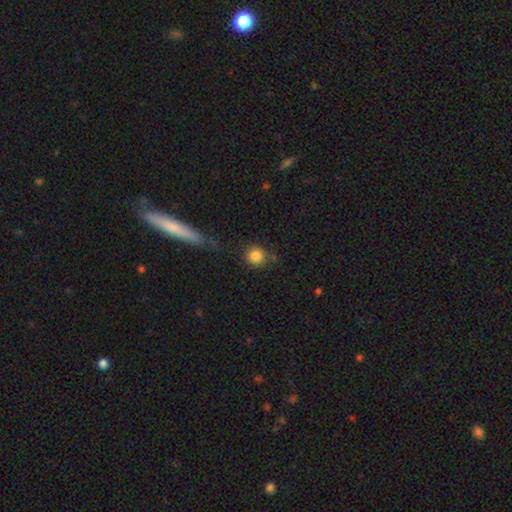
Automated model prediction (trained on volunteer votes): Morphology: type=smooth (84%); roundness=round (90%); merging=none (71%).